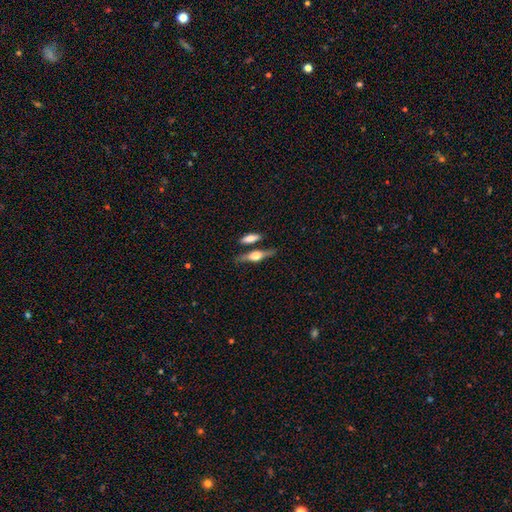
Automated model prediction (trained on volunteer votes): featured or disk 59%, smooth 34%, star or artifact 6%. Down the decision tree: edge-on disk — yes (91%); edge-on bulge — rounded (90%); merging — none (70%).